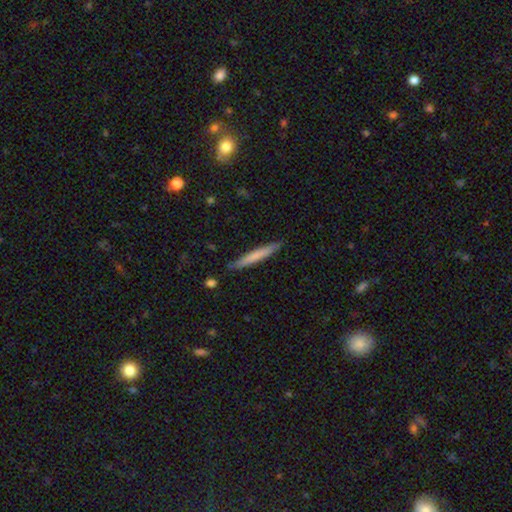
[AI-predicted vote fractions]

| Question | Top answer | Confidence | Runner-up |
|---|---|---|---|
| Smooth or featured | smooth | 68% | featured or disk (27%) |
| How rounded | cigar-shaped | 96% | in between (3%) |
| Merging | none | 88% | minor disturbance (9%) |